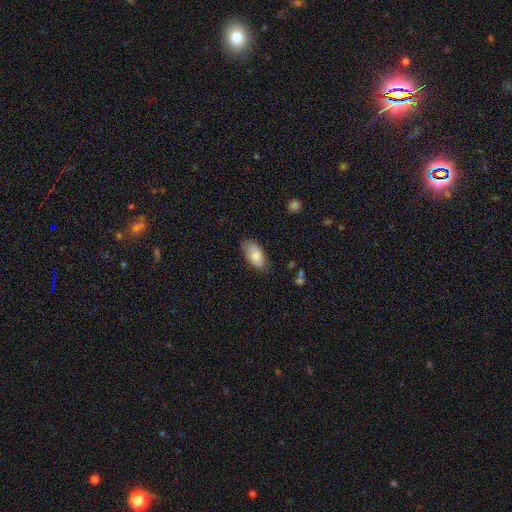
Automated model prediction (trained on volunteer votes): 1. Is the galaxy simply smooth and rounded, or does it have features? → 78% smooth, 15% featured or disk, 7% star or artifact.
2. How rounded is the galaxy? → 93% in between, 4% cigar-shaped, 3% round.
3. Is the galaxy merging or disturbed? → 74% none, 21% minor disturbance, 4% major disturbance, 1% merger.